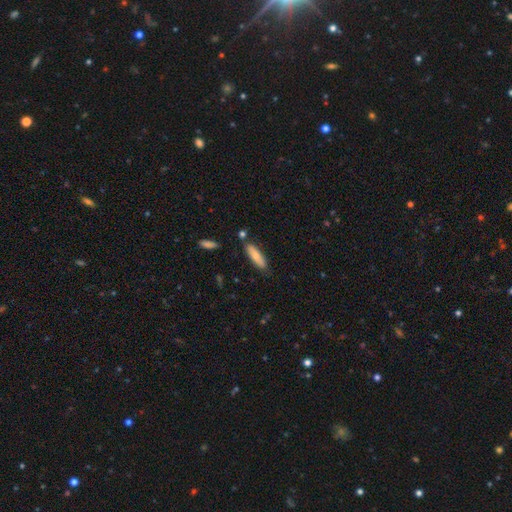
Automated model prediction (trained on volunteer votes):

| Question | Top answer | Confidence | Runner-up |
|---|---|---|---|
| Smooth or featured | smooth | 75% | featured or disk (18%) |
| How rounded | cigar-shaped | 61% | in between (37%) |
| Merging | none | 79% | minor disturbance (14%) |